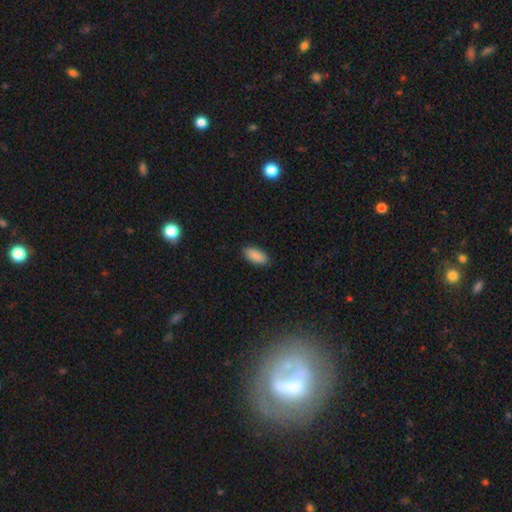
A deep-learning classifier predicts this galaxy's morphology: Q: Smooth or featured?
A: smooth (90%); runner-up: star or artifact (7%)
Q: How rounded?
A: in between (92%); runner-up: cigar-shaped (6%)
Q: Merging?
A: none (88%); runner-up: minor disturbance (9%)